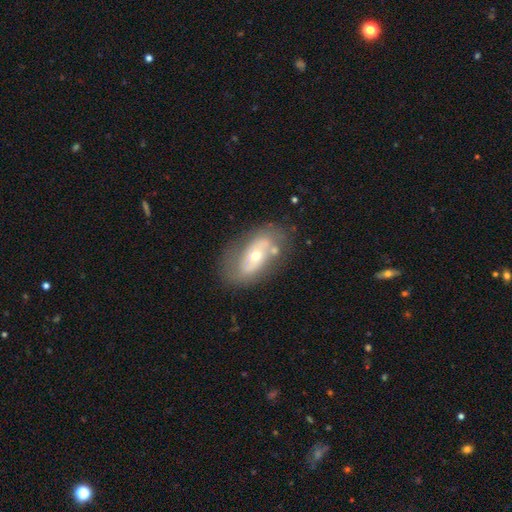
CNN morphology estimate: Smooth or featured: featured or disk — 63% (smooth — 30%)
Edge-on disk: no — 91% (yes — 9%)
Bar: no — 67% (weak — 21%)
Spiral arms: yes — 55% (no — 45%)
Bulge size: moderate — 51% (small — 44%)
Merging: none — 66% (minor disturbance — 19%)